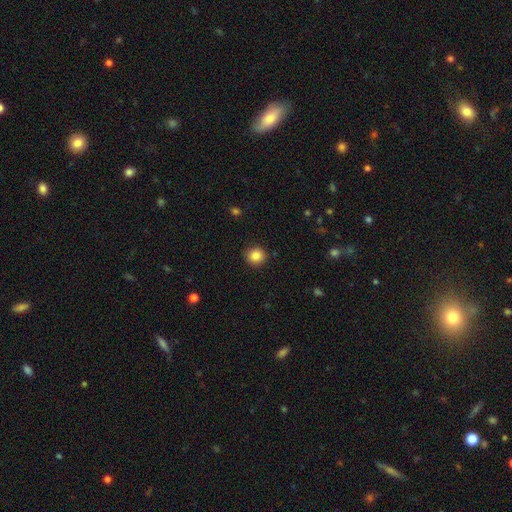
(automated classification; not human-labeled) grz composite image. It shows a smooth galaxy with no disk features (86%) that is round (87%). Merging: none (90%).